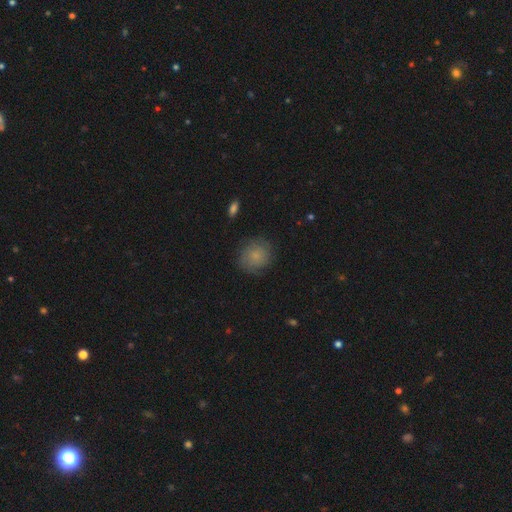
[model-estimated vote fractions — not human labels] This is likely a smooth galaxy (76%). How rounded: clearly round (85%). Merging: likely none (80%).